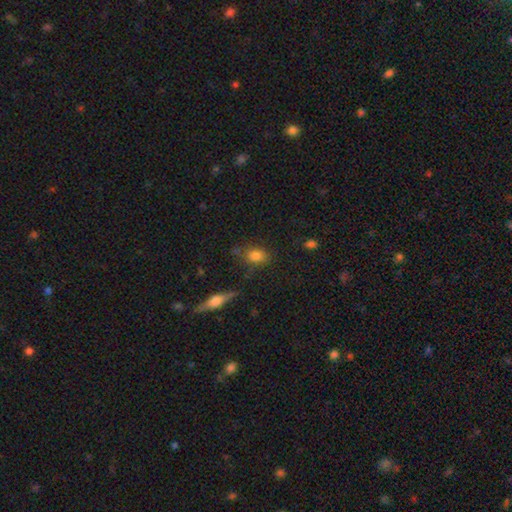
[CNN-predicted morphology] Smooth or featured: smooth — 79% (star or artifact — 11%)
How rounded: in between — 67% (round — 30%)
Merging: none — 69% (minor disturbance — 19%)